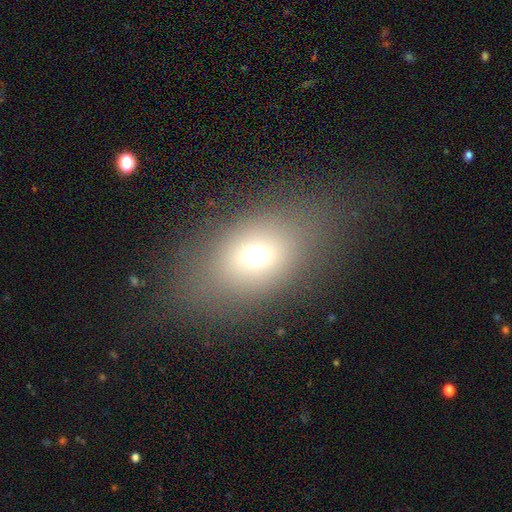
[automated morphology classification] smooth-or-featured: smooth: 65% | star or artifact: 18% | featured or disk: 17%
  how-rounded: in between: 75% | round: 22% | cigar-shaped: 3%
  merging: none: 74% | minor disturbance: 14% | major disturbance: 10% | merger: 2%